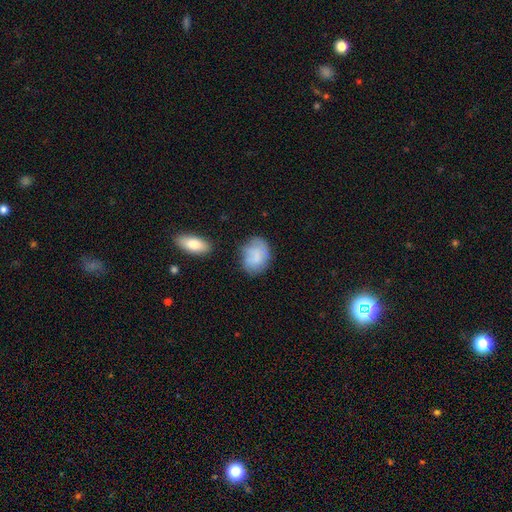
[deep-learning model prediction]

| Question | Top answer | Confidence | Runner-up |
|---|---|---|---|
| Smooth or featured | smooth | 67% | featured or disk (25%) |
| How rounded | in between | 60% | round (39%) |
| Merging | none | 60% | minor disturbance (26%) |